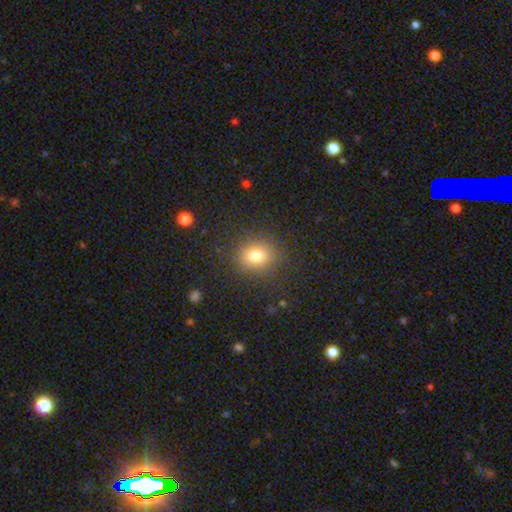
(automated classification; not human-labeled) Smooth or featured?
  - smooth: 77% *
  - star or artifact: 15%
  - featured or disk: 8%
How rounded?
  - round: 72% *
  - in between: 27%
  - cigar-shaped: 1%
Merging?
  - none: 87% *
  - minor disturbance: 8%
  - major disturbance: 4%
  - merger: 1%